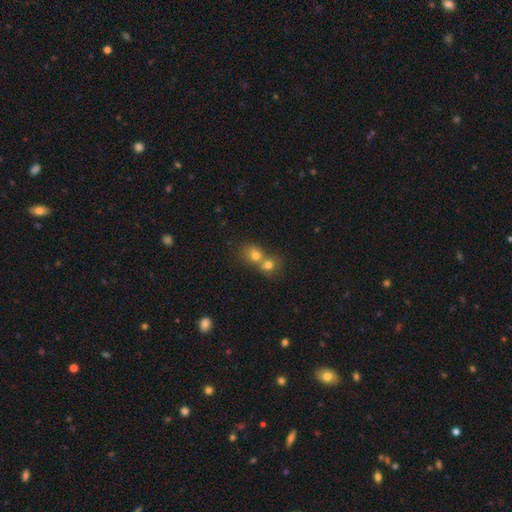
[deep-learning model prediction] smooth-or-featured: smooth: 68% | featured or disk: 17% | star or artifact: 15%
  how-rounded: round: 68% | in between: 30% | cigar-shaped: 1%
  merging: merger: 67% | none: 26% | minor disturbance: 5% | major disturbance: 3%